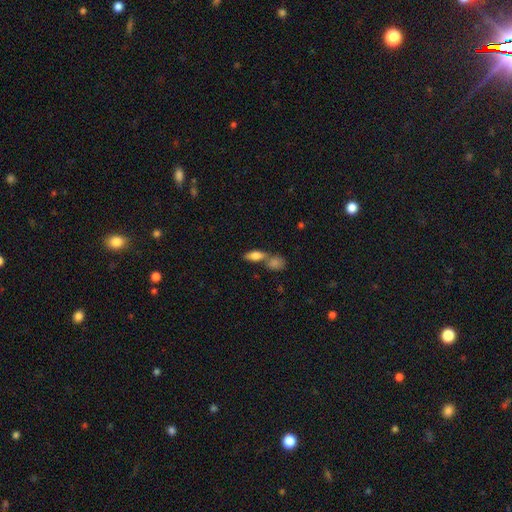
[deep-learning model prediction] The model was most divided on "merging": merger: 48%, none: 38%, minor disturbance: 10%, major disturbance: 4%. More confident: smooth or featured — smooth (75%); how rounded — in between (73%).